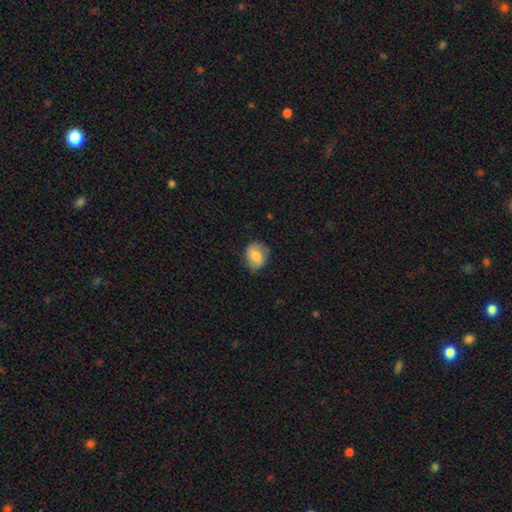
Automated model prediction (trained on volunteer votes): Q: Smooth or featured?
A: smooth (71%); runner-up: featured or disk (21%)
Q: How rounded?
A: round (61%); runner-up: in between (38%)
Q: Merging?
A: none (73%); runner-up: minor disturbance (21%)